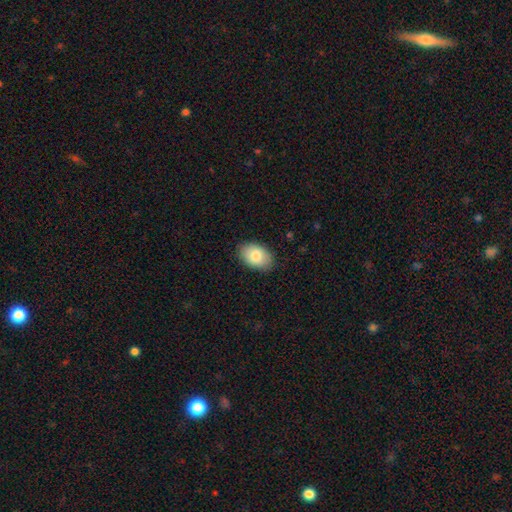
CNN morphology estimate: This appears to be a smooth galaxy with no disk features (82%) that is in between round and cigar-shaped (89%). Merging: none (86%).